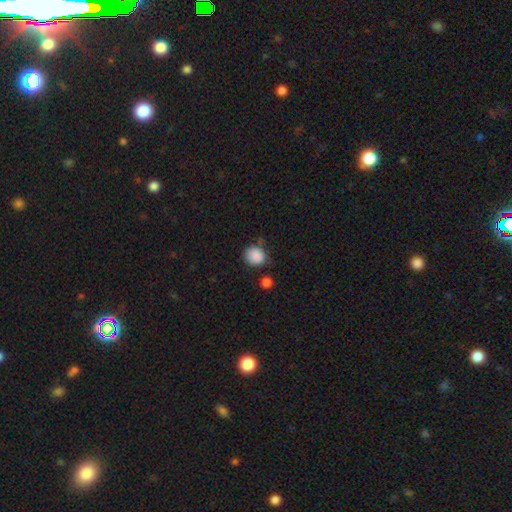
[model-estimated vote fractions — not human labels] smooth_or_featured: smooth (p=0.88) [alt: star or artifact p=0.09]
how_rounded: round (p=0.78) [alt: in between p=0.21]
merging: none (p=0.72) [alt: minor disturbance p=0.18]